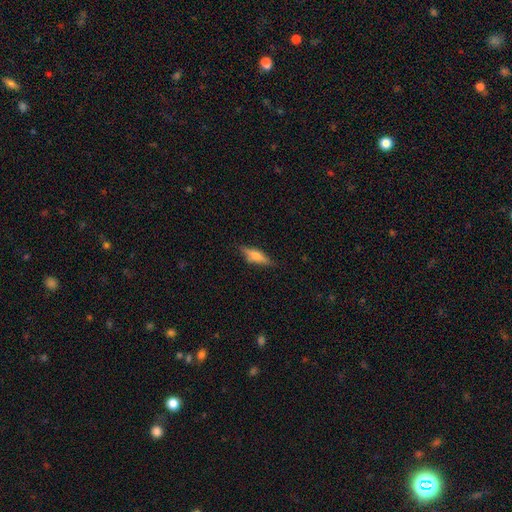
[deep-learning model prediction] Q: Smooth or featured?
A: smooth (55%); runner-up: featured or disk (37%)
Q: How rounded?
A: cigar-shaped (57%); runner-up: in between (40%)
Q: Merging?
A: none (80%); runner-up: minor disturbance (15%)